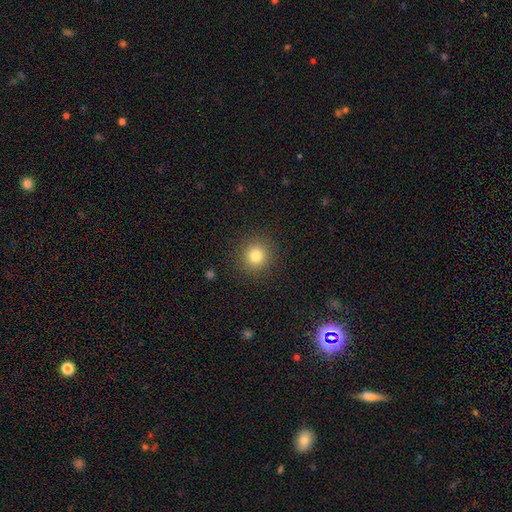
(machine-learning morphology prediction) The model was most divided on "smooth or featured": smooth: 81%, star or artifact: 13%, featured or disk: 7%. More confident: how rounded — round (93%); merging — none (90%).